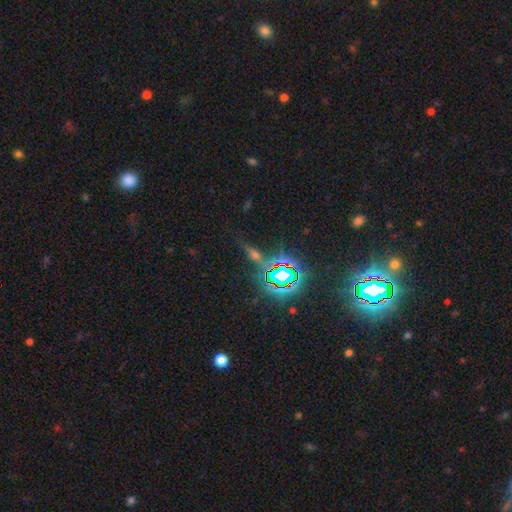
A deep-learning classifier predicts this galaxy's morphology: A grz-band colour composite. It shows a star or artifact, not a galaxy (52%).